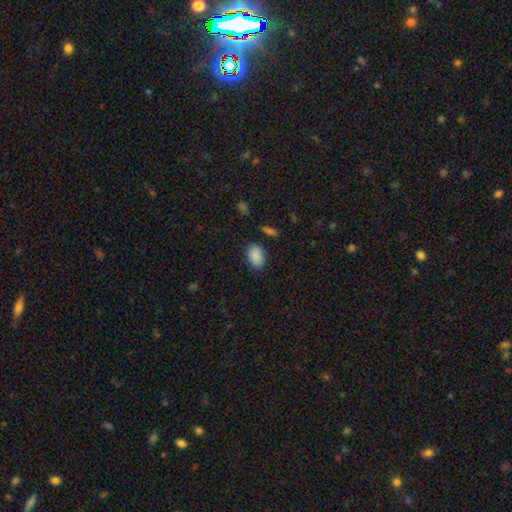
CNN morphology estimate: Q: Smooth or featured?
A: smooth (89%); runner-up: star or artifact (7%)
Q: How rounded?
A: in between (87%); runner-up: round (11%)
Q: Merging?
A: none (83%); runner-up: minor disturbance (12%)